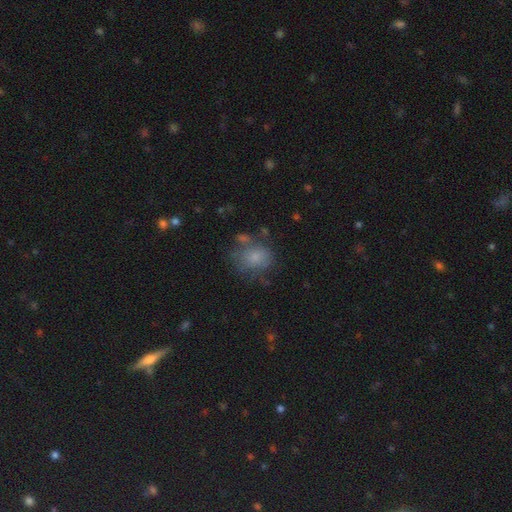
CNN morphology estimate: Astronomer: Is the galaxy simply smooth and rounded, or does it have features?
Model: smooth — 73%.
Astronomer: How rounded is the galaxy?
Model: round — 62%.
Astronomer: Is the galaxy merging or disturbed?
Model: none — 57%.